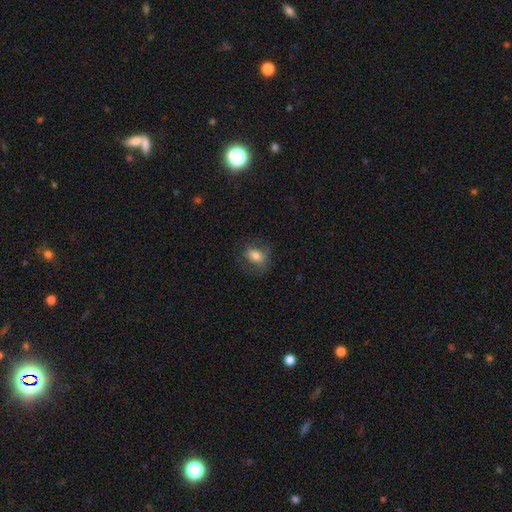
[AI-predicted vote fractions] Overall: smooth (74%). How rounded: in between (69%; round 30%). Merging: none (73%).